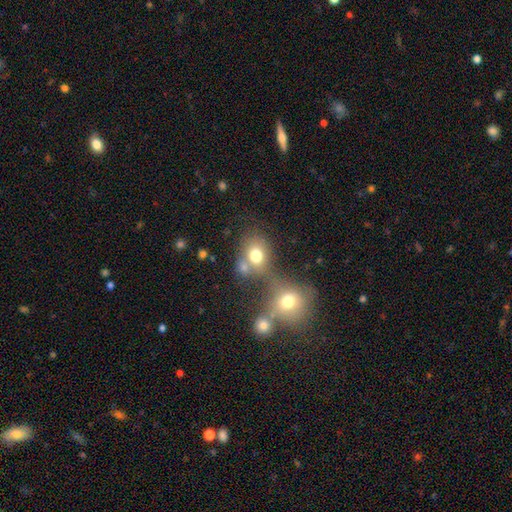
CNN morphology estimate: This is likely a smooth galaxy (75%). How rounded: possibly round (60%). Merging: possibly merger (47%).